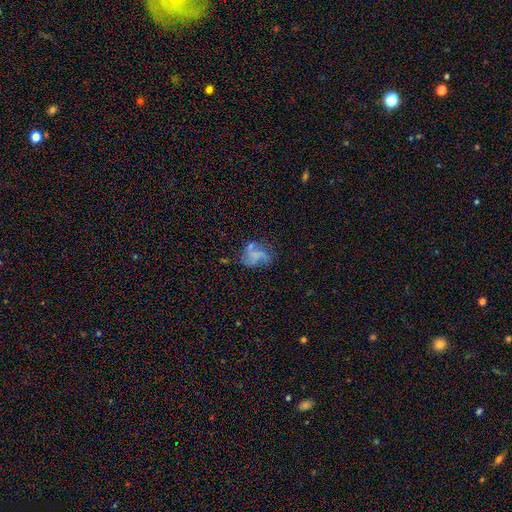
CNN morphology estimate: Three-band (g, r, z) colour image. It shows a featured or disk galaxy (48%). Merging: none (41%).